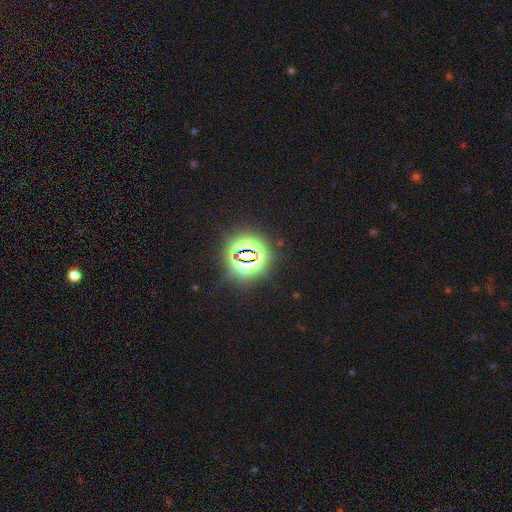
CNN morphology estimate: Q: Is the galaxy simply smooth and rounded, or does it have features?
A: star or artifact — 81%.